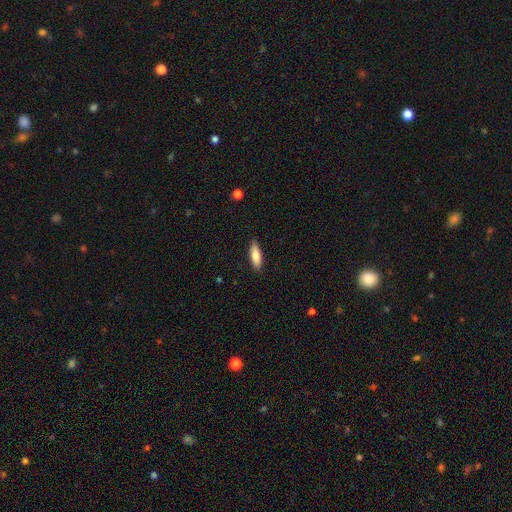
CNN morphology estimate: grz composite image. It shows a smooth galaxy with no disk features (80%) that is cigar-shaped (50%). Merging: none (89%).